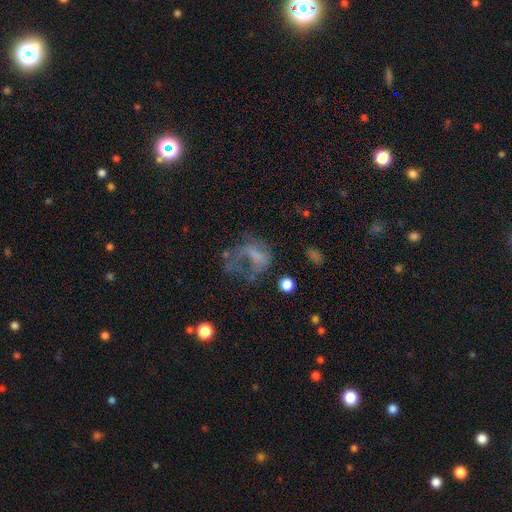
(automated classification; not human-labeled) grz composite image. It shows a featured or disk galaxy (43%). Merging: major disturbance (51%).